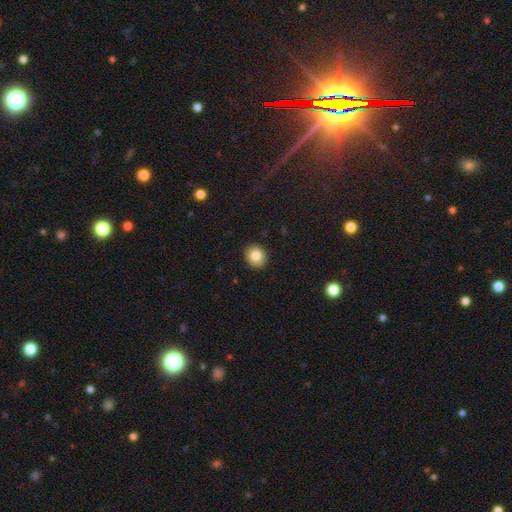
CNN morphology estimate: smooth_or_featured: smooth (p=0.82) [alt: star or artifact p=0.09]
how_rounded: round (p=0.77) [alt: in between p=0.22]
merging: none (p=0.92) [alt: minor disturbance p=0.06]